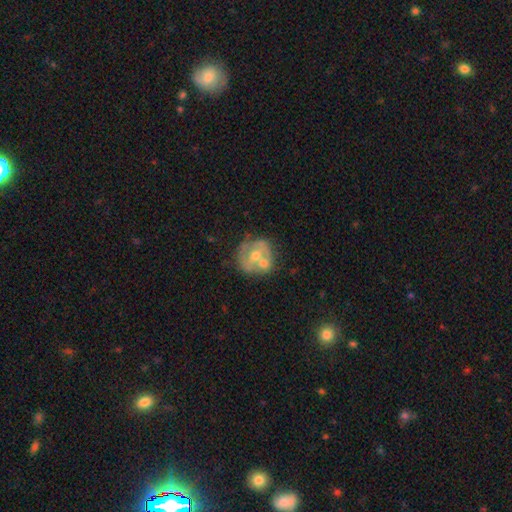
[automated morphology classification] A featured or disk galaxy (61%) with no bar (70%), no spiral arms (67%) and a moderate central bulge (70%).

Vote fractions:
- Smooth or featured? featured or disk: 61% / smooth: 32% / star or artifact: 8%
- Edge-on disk? no: 97% / yes: 3%
- Bar? no: 70% / weak: 22% / strong: 8%
- Spiral arms? no: 67% / yes: 33%
- Bulge size? moderate: 70% / small: 23% / large: 3% / none: 2% / dominant: 1%
- Merging? none: 47% / merger: 30% / minor disturbance: 16% / major disturbance: 7%